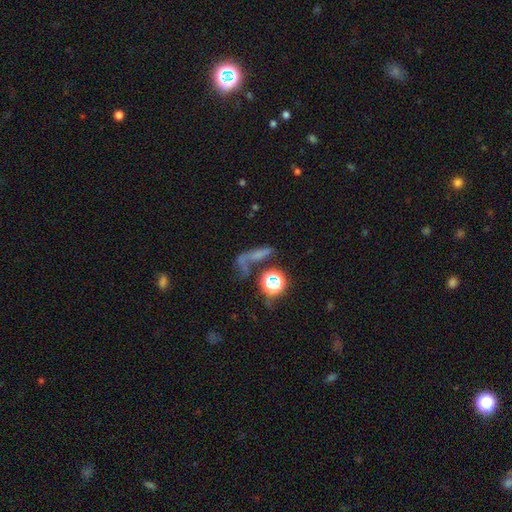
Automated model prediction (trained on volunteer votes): This appears to be a star or artifact, not a galaxy (38%).